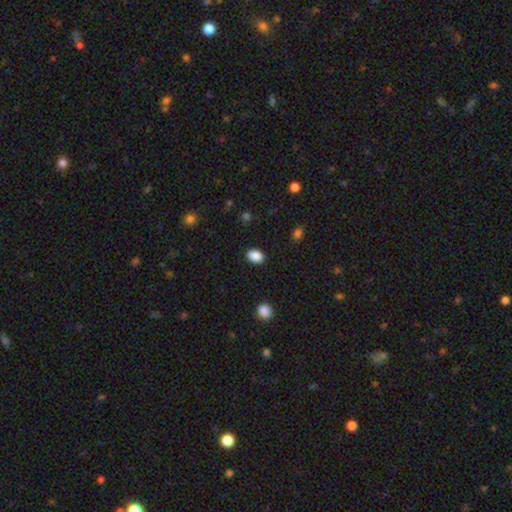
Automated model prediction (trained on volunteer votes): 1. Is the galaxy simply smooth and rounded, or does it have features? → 88% smooth, 8% star or artifact, 3% featured or disk.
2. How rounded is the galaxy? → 79% in between, 20% round, 1% cigar-shaped.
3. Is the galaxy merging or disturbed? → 88% none, 9% minor disturbance, 2% major disturbance, 1% merger.